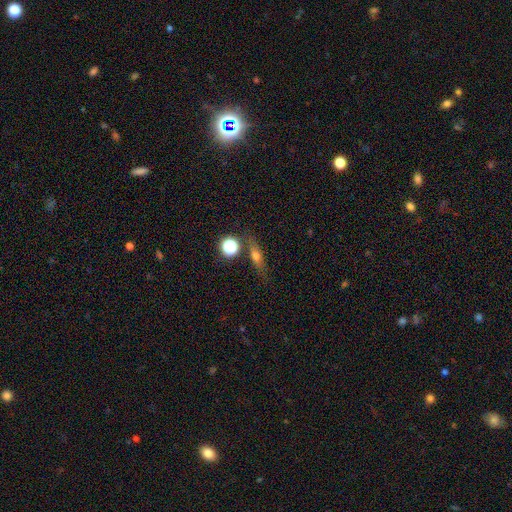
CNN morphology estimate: Smooth or featured? smooth (48%)
Merging? none (75%)